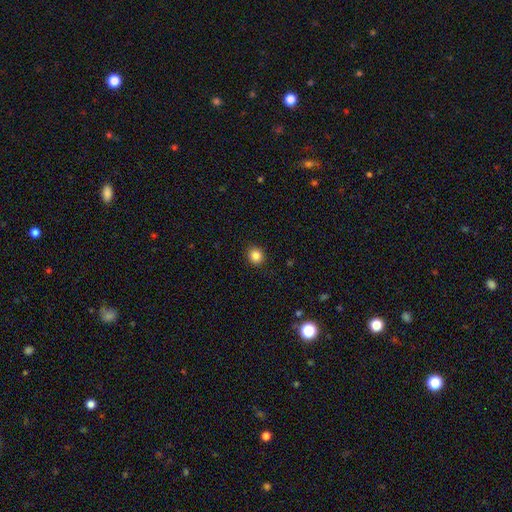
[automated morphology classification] A smooth galaxy with no disk features (85%) that is round (87%).

Vote fractions:
- Smooth or featured? smooth: 85% / star or artifact: 11% / featured or disk: 4%
- How rounded? round: 87% / in between: 12% / cigar-shaped: 1%
- Merging? none: 92% / minor disturbance: 6% / major disturbance: 2% / merger: 1%